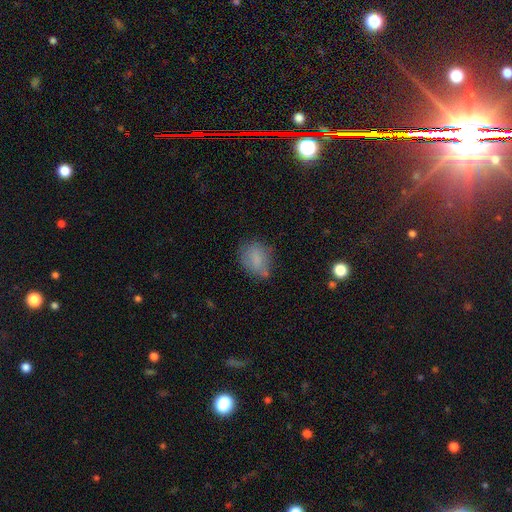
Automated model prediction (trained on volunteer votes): Smooth or featured? smooth (76%)
How rounded? in between (68%)
Merging? none (65%)